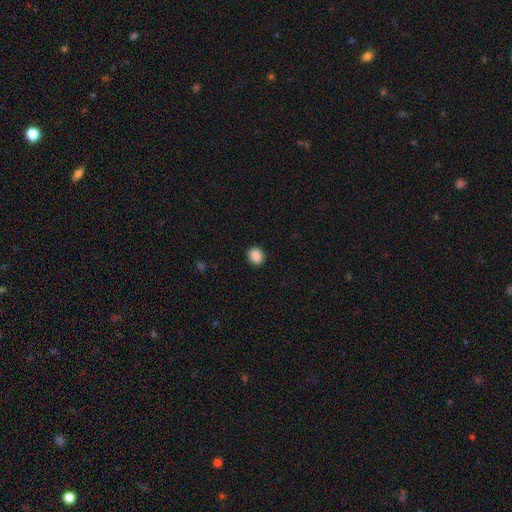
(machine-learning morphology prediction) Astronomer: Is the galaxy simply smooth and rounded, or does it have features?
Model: smooth — 89%.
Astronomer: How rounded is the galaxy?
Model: round — 72%.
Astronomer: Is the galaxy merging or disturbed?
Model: none — 91%.